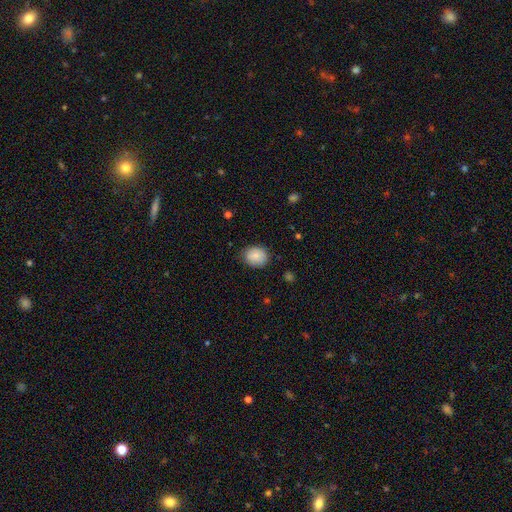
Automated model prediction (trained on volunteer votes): The model was most divided on "how rounded": round: 55%, in between: 44%, cigar-shaped: 1%. More confident: smooth or featured — smooth (83%); merging — none (78%).